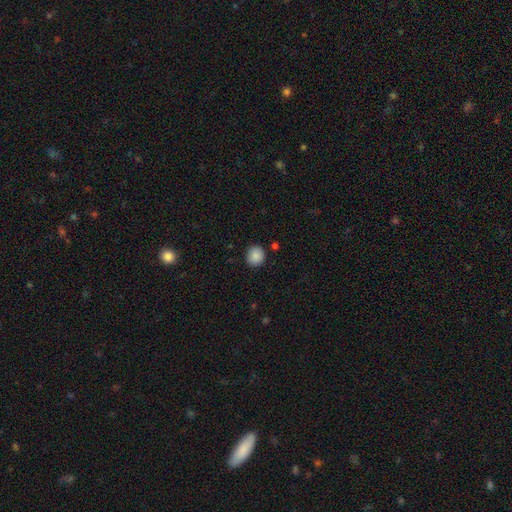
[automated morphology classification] smooth-or-featured: smooth: 88% | star or artifact: 8% | featured or disk: 4%
  how-rounded: round: 84% | in between: 15% | cigar-shaped: 1%
  merging: none: 88% | minor disturbance: 8% | major disturbance: 2% | merger: 2%